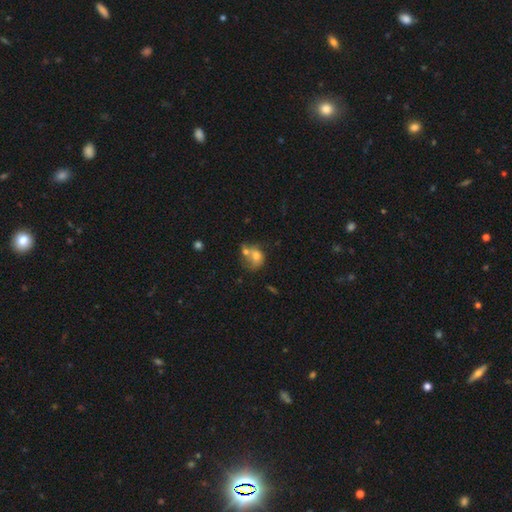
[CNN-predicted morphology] Smooth or featured?
  - smooth: 70% *
  - featured or disk: 19%
  - star or artifact: 10%
How rounded?
  - round: 55% *
  - in between: 43%
  - cigar-shaped: 1%
Merging?
  - merger: 52% *
  - none: 26%
  - minor disturbance: 13%
  - major disturbance: 9%